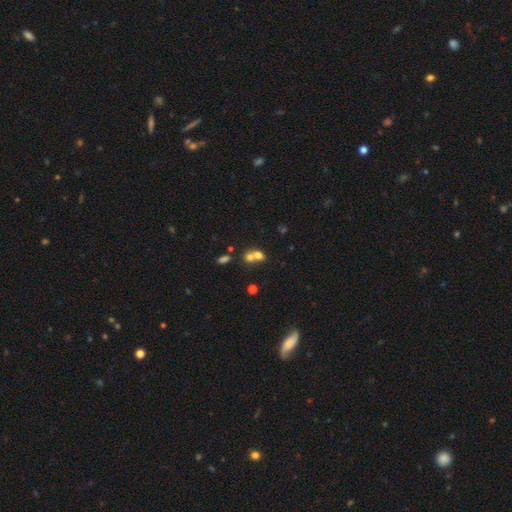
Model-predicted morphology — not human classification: smooth-or-featured: smooth: 68% | featured or disk: 17% | star or artifact: 14%
  how-rounded: round: 58% | in between: 40% | cigar-shaped: 2%
  merging: merger: 65% | none: 26% | minor disturbance: 6% | major disturbance: 3%